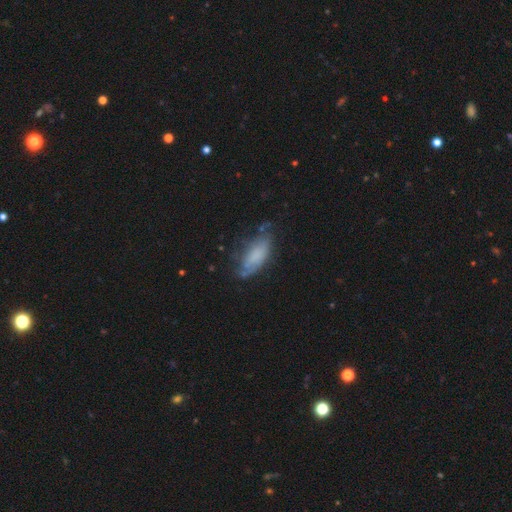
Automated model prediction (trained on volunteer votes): smooth_or_featured: smooth (p=0.61) [alt: featured or disk p=0.29]
how_rounded: in between (p=0.81) [alt: cigar-shaped p=0.17]
merging: none (p=0.51) [alt: minor disturbance p=0.31]